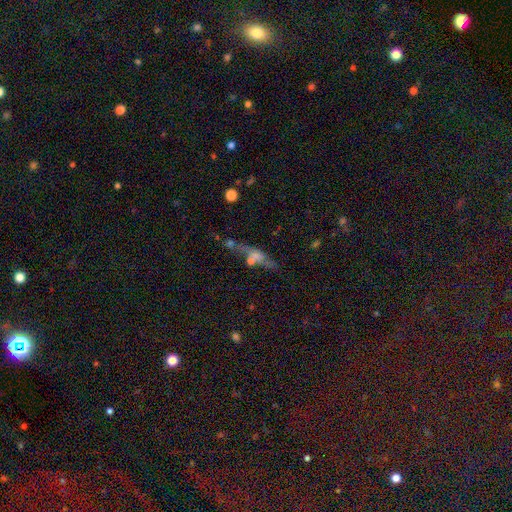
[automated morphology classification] The model was most divided on "smooth or featured": featured or disk: 47%, smooth: 37%, star or artifact: 17%. More confident: merging — none (52%).